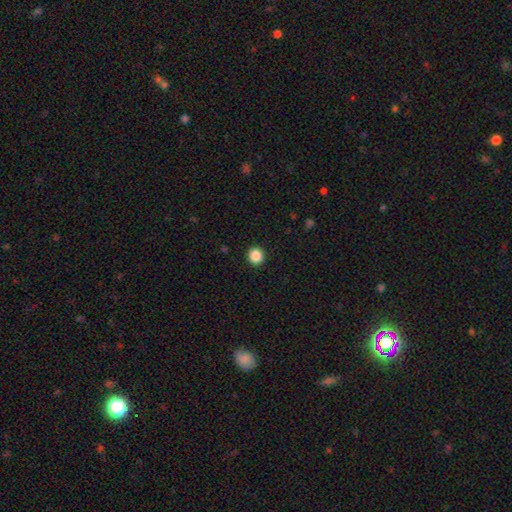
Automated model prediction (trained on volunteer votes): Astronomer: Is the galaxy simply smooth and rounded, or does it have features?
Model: smooth — 87%.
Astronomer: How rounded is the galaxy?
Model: round — 91%.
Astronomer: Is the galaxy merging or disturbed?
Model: none — 93%.